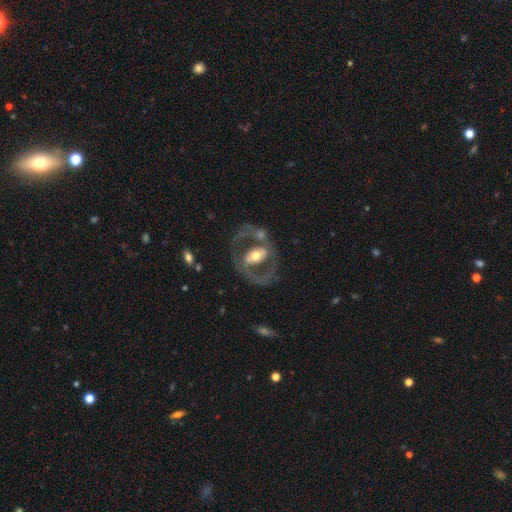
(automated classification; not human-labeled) Morphology: type=featured or disk (72%); edge-on=no (93%); bar=no (44%); spiral arms=no (64%); bulge=moderate (68%); merging=none (61%).